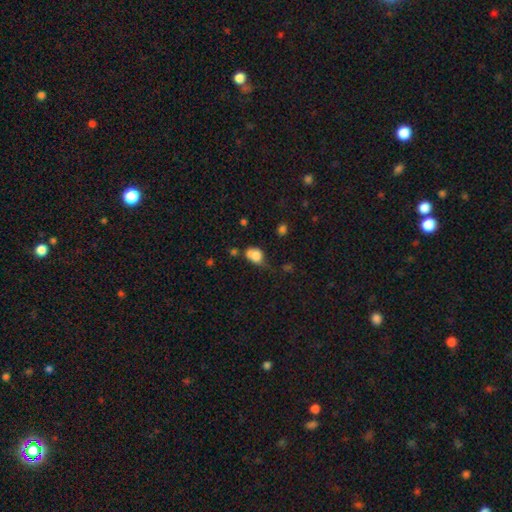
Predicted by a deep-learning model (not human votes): Smooth or featured? Predicted: smooth (p=0.79). How rounded? Predicted: in between (p=0.65). Merging? Predicted: minor disturbance (p=0.38).